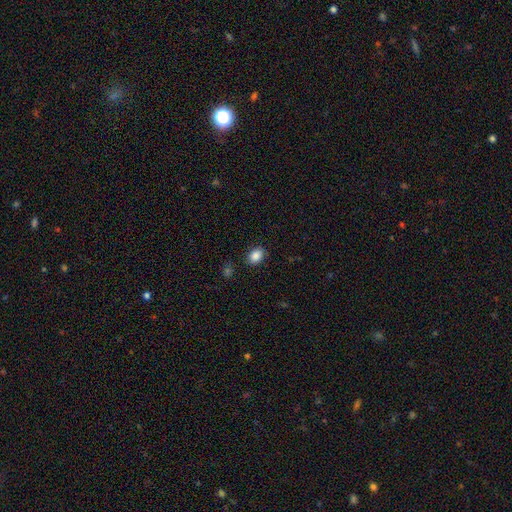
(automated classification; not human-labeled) smooth-or-featured: smooth: 87% | star or artifact: 9% | featured or disk: 5%
  how-rounded: in between: 70% | round: 29% | cigar-shaped: 1%
  merging: none: 85% | minor disturbance: 11% | major disturbance: 3% | merger: 2%